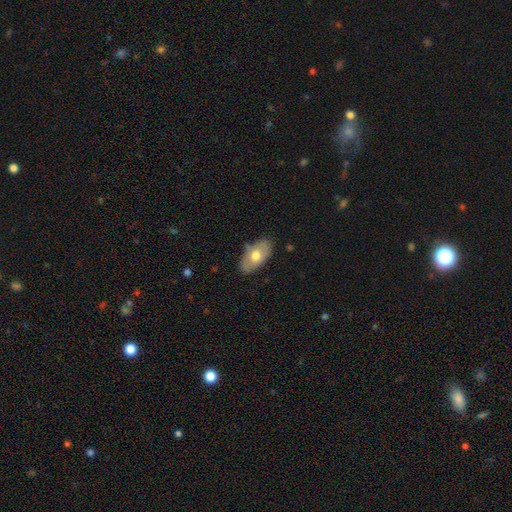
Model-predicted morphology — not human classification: Smooth or featured?
  - smooth: 60% *
  - featured or disk: 34%
  - star or artifact: 6%
How rounded?
  - in between: 93% *
  - round: 5%
  - cigar-shaped: 2%
Merging?
  - none: 84% *
  - minor disturbance: 13%
  - major disturbance: 2%
  - merger: 1%